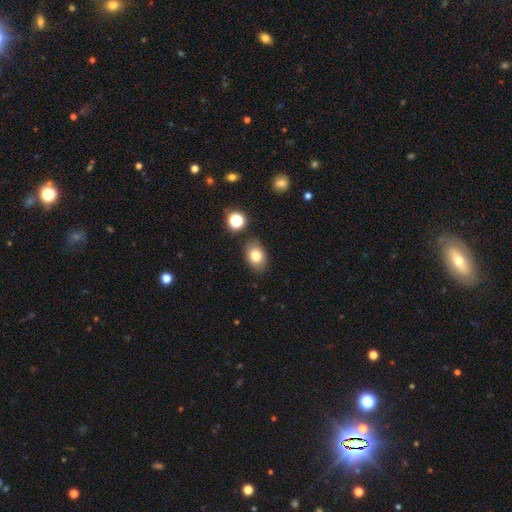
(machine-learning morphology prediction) smooth 79%, star or artifact 10%, featured or disk 10%. Down the decision tree: how rounded — in between (77%); merging — none (84%).